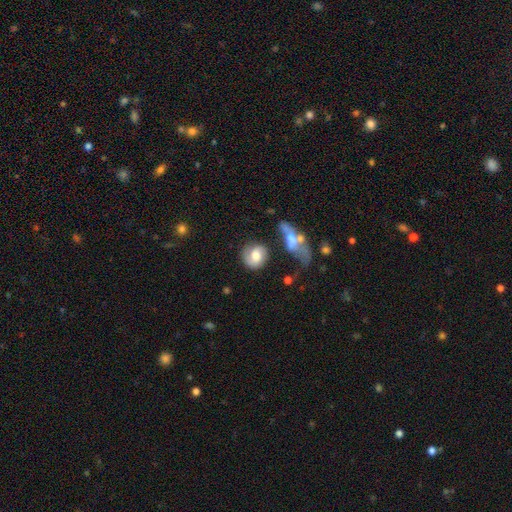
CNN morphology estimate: This appears to be a smooth galaxy with no disk features (52%) that is round (74%). Merging: none (60%).